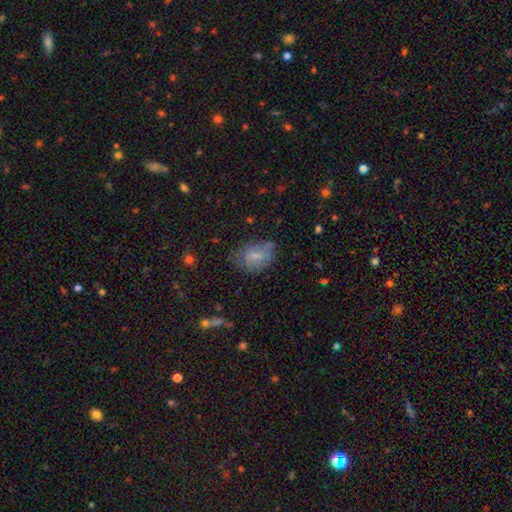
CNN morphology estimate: Overall: smooth (67%). How rounded: in between (83%). Merging: none (58%; minor disturbance 28%).